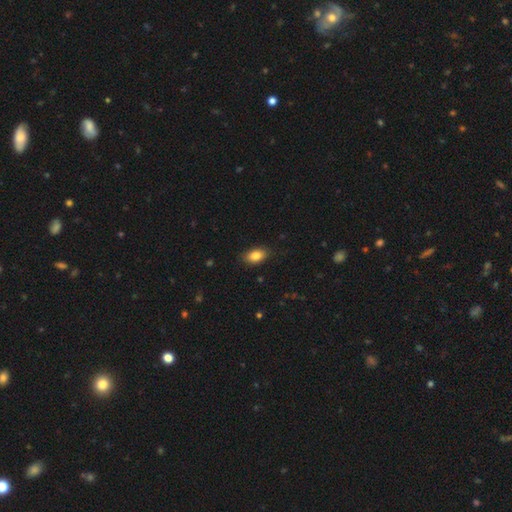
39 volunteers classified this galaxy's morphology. This is clearly a smooth galaxy (82%). How rounded: clearly in between (84%). Merging: clearly none (92%).